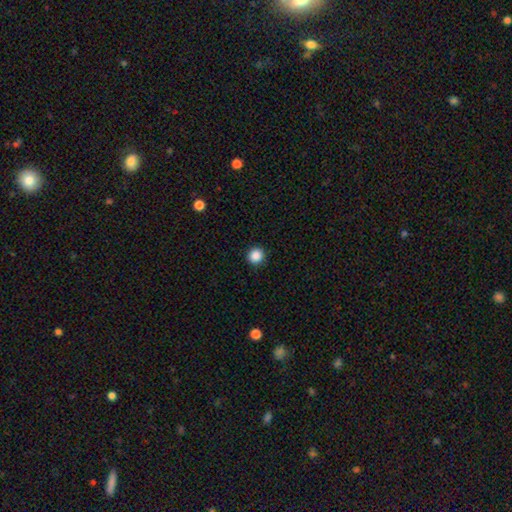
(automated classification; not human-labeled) Smooth or featured? Predicted: smooth (p=0.88). How rounded? Predicted: round (p=0.92). Merging? Predicted: none (p=0.92).